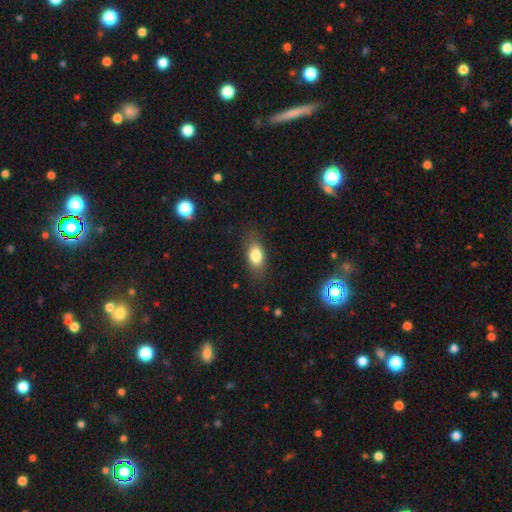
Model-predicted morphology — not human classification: This is likely a smooth galaxy (80%). How rounded: clearly in between (83%). Merging: likely none (80%).